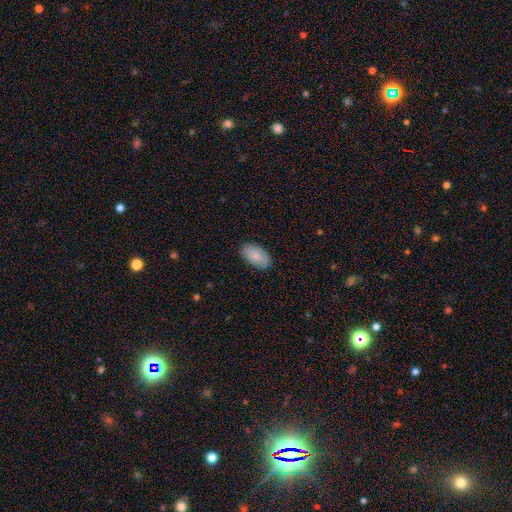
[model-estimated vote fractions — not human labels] Smooth or featured: smooth — 85% (featured or disk — 9%)
How rounded: in between — 95% (round — 3%)
Merging: none — 87% (minor disturbance — 10%)